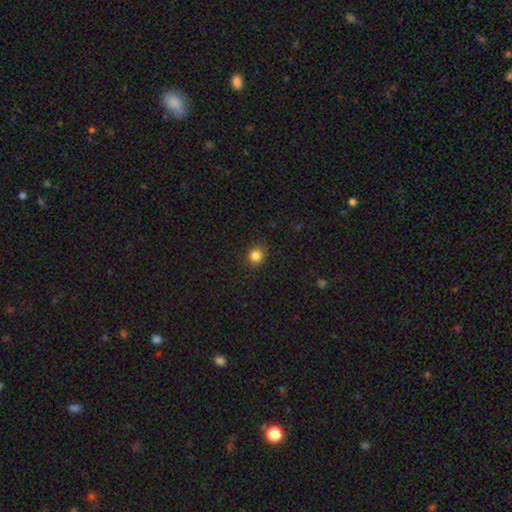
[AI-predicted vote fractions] smooth_or_featured: smooth (p=0.85) [alt: star or artifact p=0.11]
how_rounded: round (p=0.87) [alt: in between p=0.12]
merging: none (p=0.86) [alt: minor disturbance p=0.10]